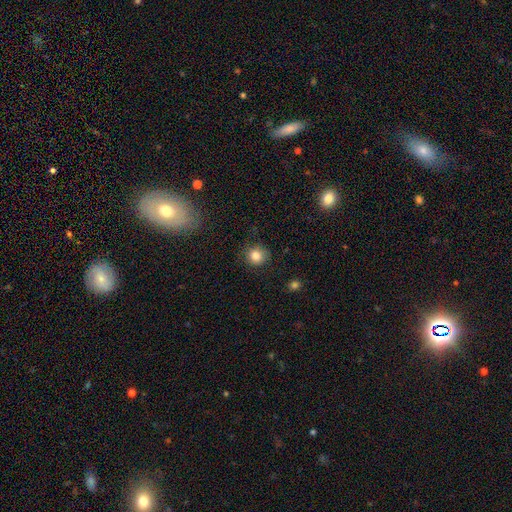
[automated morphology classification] smooth_or_featured: smooth (p=0.83) [alt: star or artifact p=0.11]
how_rounded: round (p=0.88) [alt: in between p=0.11]
merging: none (p=0.84) [alt: minor disturbance p=0.11]